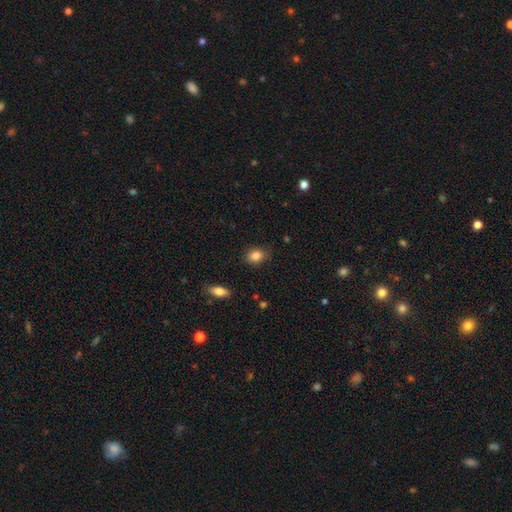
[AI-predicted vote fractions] Overall: smooth (85%). How rounded: in between (52%; round 47%). Merging: none (80%).